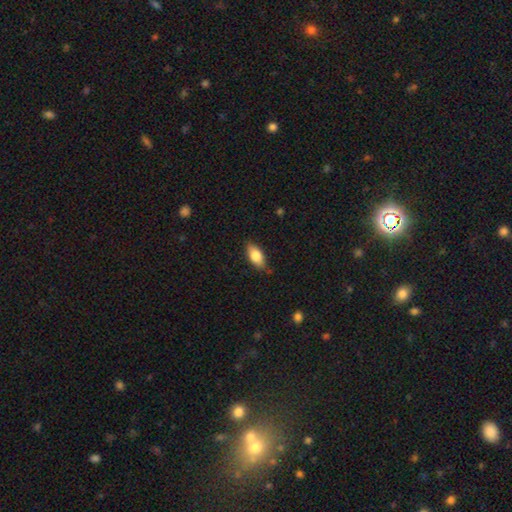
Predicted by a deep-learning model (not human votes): Smooth or featured? Predicted: smooth (p=0.80). How rounded? Predicted: in between (p=0.89). Merging? Predicted: none (p=0.83).